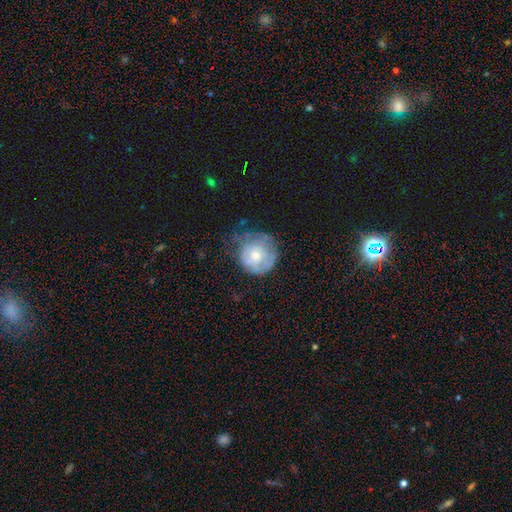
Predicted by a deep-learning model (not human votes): Q: Smooth or featured?
A: smooth (48%); runner-up: featured or disk (44%)
Q: Merging?
A: none (47%); runner-up: minor disturbance (31%)